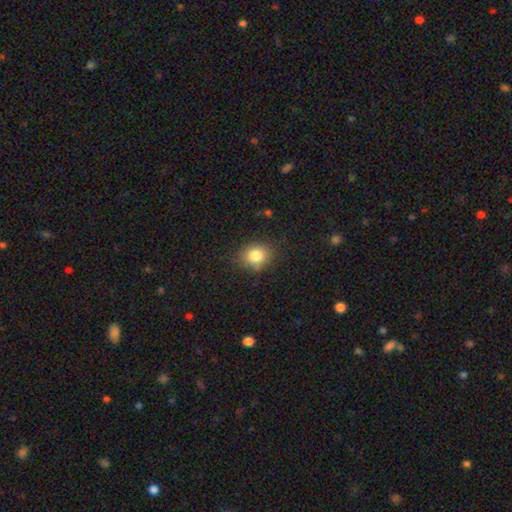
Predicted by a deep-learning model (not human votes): A smooth galaxy with no disk features (82%) that is round (66%).

Vote fractions:
- Smooth or featured? smooth: 82% / star or artifact: 11% / featured or disk: 7%
- How rounded? round: 66% / in between: 33% / cigar-shaped: 1%
- Merging? none: 79% / minor disturbance: 15% / major disturbance: 4% / merger: 2%